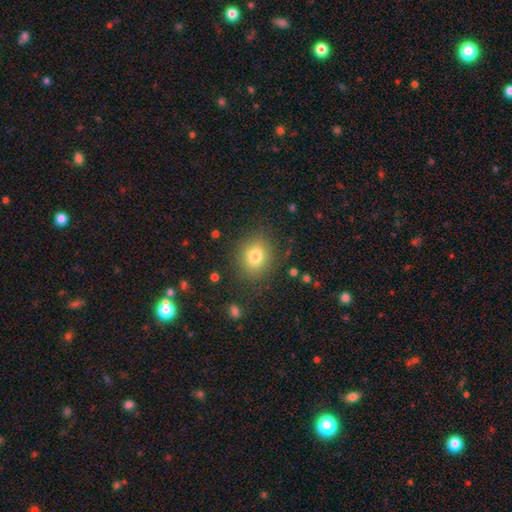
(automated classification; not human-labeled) The model was most divided on "how rounded": round: 63%, in between: 36%, cigar-shaped: 1%. More confident: merging — none (83%); smooth or featured — smooth (78%).